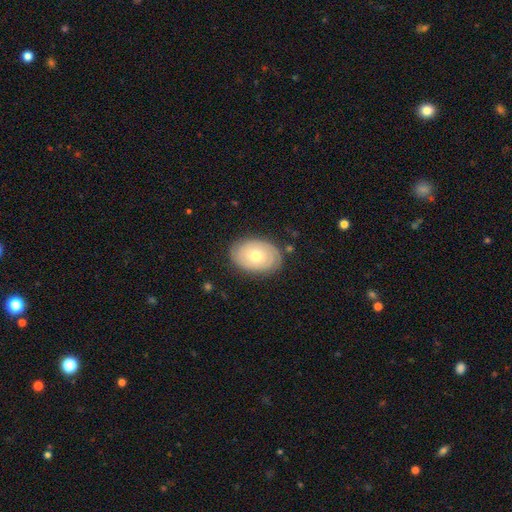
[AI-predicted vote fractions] Morphology: type=featured or disk (61%); edge-on=no (95%); bar=no (83%); spiral arms=yes (76%); bulge=moderate (64%); merging=none (83%).